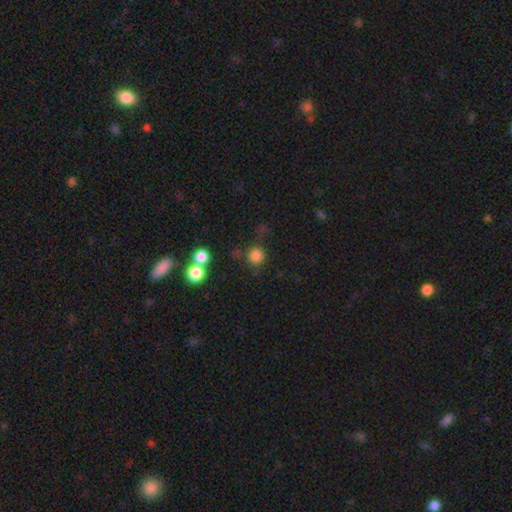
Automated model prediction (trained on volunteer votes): The model was most divided on "merging": none: 75%, minor disturbance: 11%, merger: 9%, major disturbance: 5%. More confident: how rounded — round (93%); smooth or featured — smooth (81%).